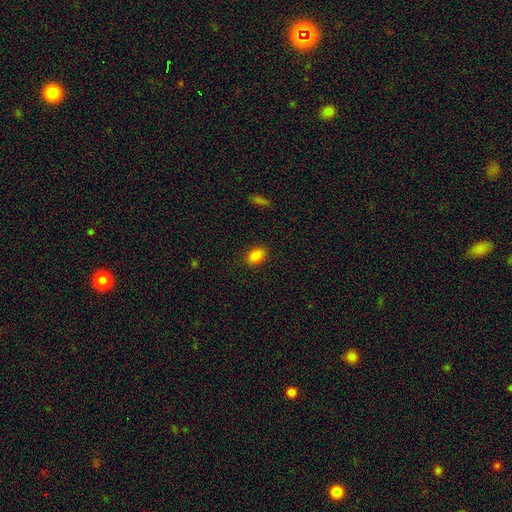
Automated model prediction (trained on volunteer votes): A smooth galaxy with no disk features (85%) that is in between round and cigar-shaped (82%).

Vote fractions:
- Smooth or featured? smooth: 85% / star or artifact: 10% / featured or disk: 5%
- How rounded? in between: 82% / round: 17% / cigar-shaped: 1%
- Merging? none: 88% / minor disturbance: 8% / major disturbance: 2% / merger: 1%